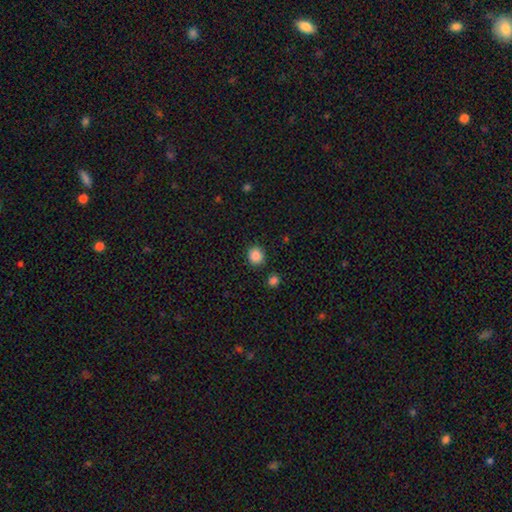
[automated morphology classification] smooth_or_featured: smooth (p=0.87) [alt: star or artifact p=0.10]
how_rounded: round (p=0.87) [alt: in between p=0.12]
merging: none (p=0.88) [alt: minor disturbance p=0.07]